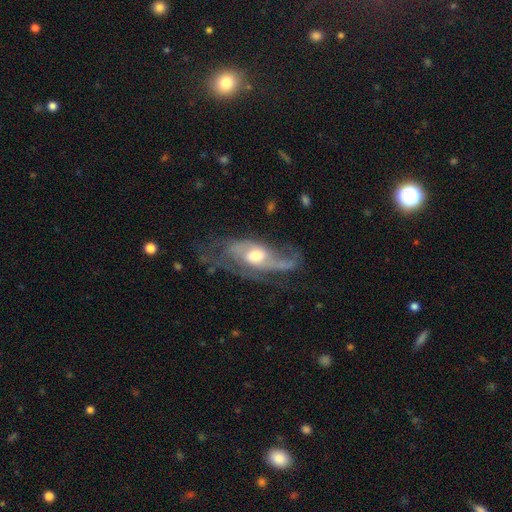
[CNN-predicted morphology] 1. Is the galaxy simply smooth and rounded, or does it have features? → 80% featured or disk, 14% smooth, 6% star or artifact.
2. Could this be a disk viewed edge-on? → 91% no, 9% yes.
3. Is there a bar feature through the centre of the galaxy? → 60% no, 32% weak, 8% strong.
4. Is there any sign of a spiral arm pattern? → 89% yes, 11% no.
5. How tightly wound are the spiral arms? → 43% medium, 34% loose, 23% tight.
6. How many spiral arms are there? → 56% 2, 19% can't tell, 10% 1, 9% 3, 3% 4, 3% more than 4.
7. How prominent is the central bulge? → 68% moderate, 17% large, 13% small, 1% dominant, 1% none.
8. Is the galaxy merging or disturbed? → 48% none, 26% major disturbance, 23% minor disturbance, 2% merger.